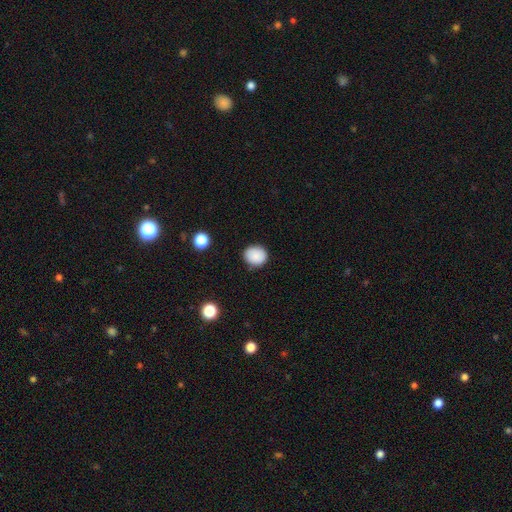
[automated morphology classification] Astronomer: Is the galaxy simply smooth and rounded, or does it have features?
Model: smooth — 87%.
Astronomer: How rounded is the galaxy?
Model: round — 76%.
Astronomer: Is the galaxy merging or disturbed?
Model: none — 87%.